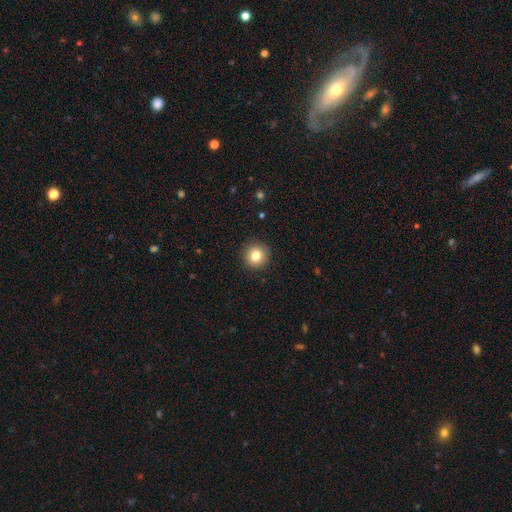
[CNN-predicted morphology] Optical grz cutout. It shows a smooth galaxy with no disk features (82%) that is round (95%). Merging: none (92%).